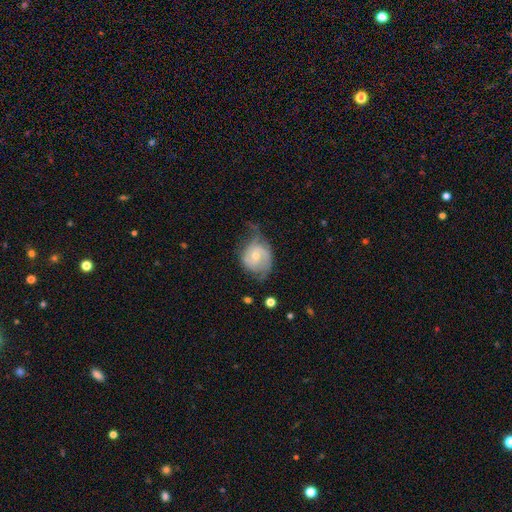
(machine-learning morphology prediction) This appears to be a featured or disk galaxy (69%) with no bar (69%), 2 (61%) tight (42%) spiral arms (85%) and a small central bulge (50%). Merging: none (39%).